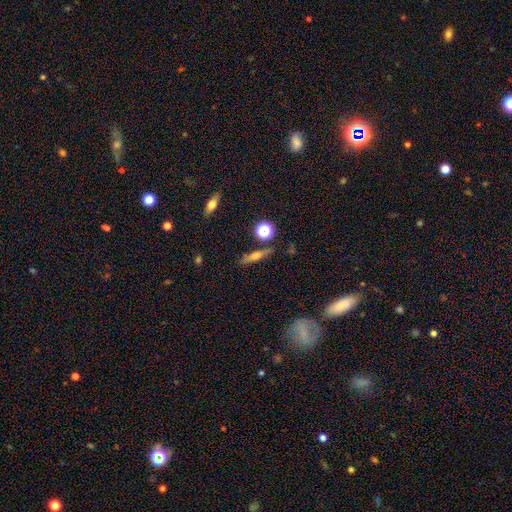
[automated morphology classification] featured or disk 50%, smooth 37%, star or artifact 13%. Down the decision tree: merging — none (82%).